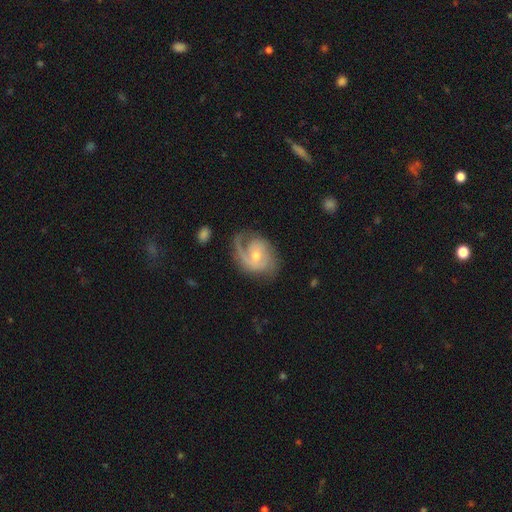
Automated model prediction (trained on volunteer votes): featured or disk 83%, smooth 11%, star or artifact 6%. Down the decision tree: edge-on disk — no (97%); bar — no (56%); spiral arms — yes (95%); spiral arm count — 2 (48%); spiral winding — medium (45%); bulge size — moderate (56%); merging — none (62%).